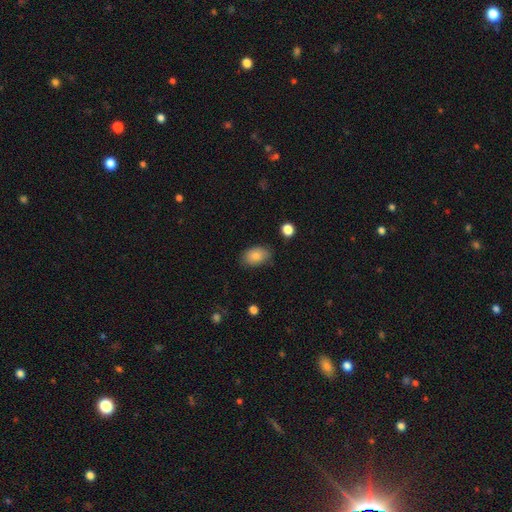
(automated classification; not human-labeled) Q: Smooth or featured?
A: smooth (83%); runner-up: featured or disk (10%)
Q: How rounded?
A: in between (86%); runner-up: round (13%)
Q: Merging?
A: none (78%); runner-up: minor disturbance (17%)